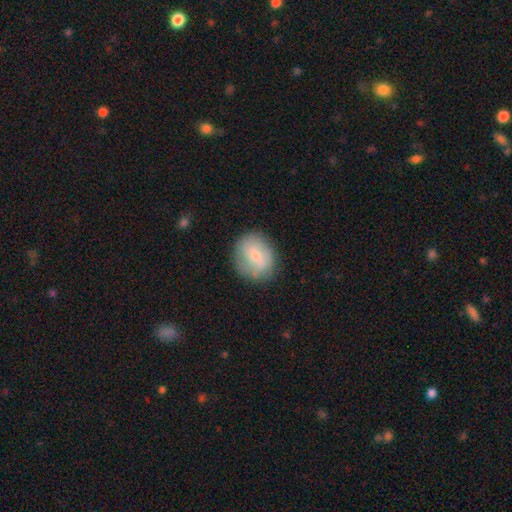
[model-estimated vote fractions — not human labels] Smooth or featured?
  - smooth: 56% *
  - featured or disk: 37%
  - star or artifact: 7%
How rounded?
  - round: 68% *
  - in between: 31%
  - cigar-shaped: 1%
Merging?
  - none: 77% *
  - minor disturbance: 16%
  - major disturbance: 5%
  - merger: 1%